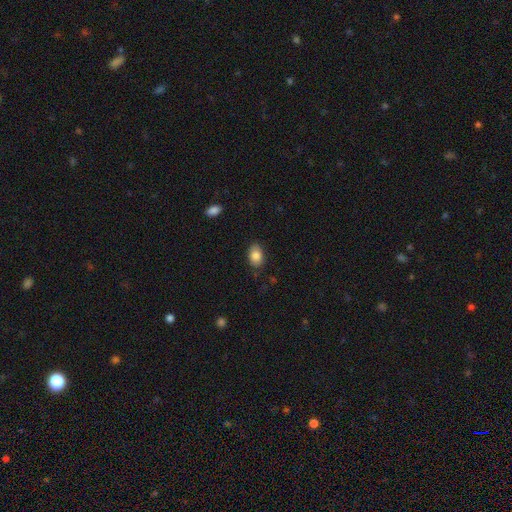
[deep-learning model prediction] A smooth galaxy with no disk features (85%) that is in between round and cigar-shaped (84%).

Vote fractions:
- Smooth or featured? smooth: 85% / star or artifact: 8% / featured or disk: 8%
- How rounded? in between: 84% / round: 15% / cigar-shaped: 1%
- Merging? none: 84% / minor disturbance: 12% / major disturbance: 3% / merger: 1%